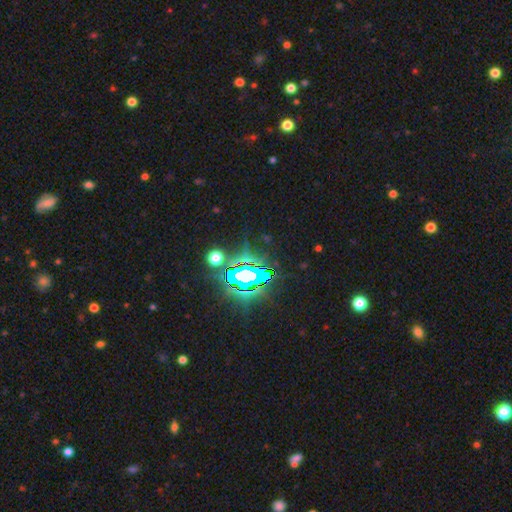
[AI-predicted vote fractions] This is clearly a star or artifact rather than a galaxy (83%).